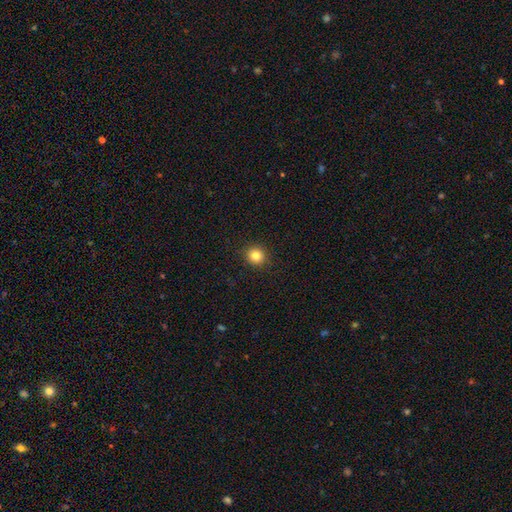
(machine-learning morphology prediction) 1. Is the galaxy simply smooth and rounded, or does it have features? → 83% smooth, 12% star or artifact, 6% featured or disk.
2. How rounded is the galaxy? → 92% round, 7% in between, 1% cigar-shaped.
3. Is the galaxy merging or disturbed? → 92% none, 5% minor disturbance, 2% major disturbance, 1% merger.